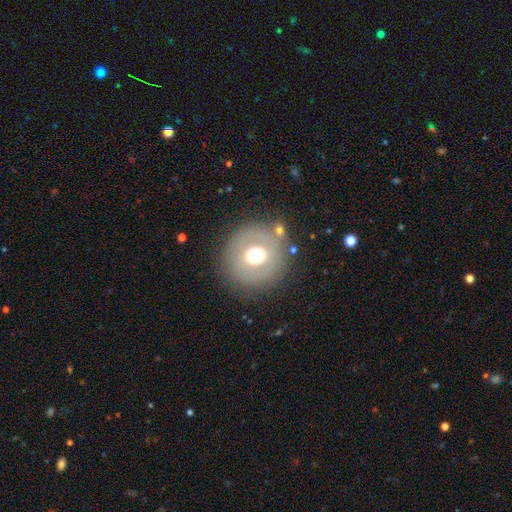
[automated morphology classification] This appears to be a smooth galaxy with no disk features (55%) that is round (93%). Merging: none (79%).